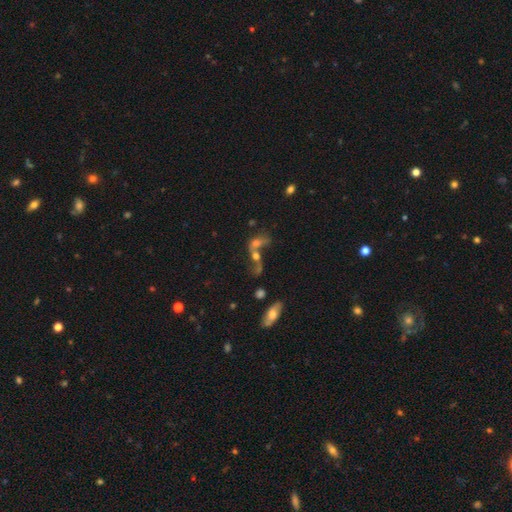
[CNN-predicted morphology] The model was most divided on "smooth or featured": smooth: 36%, star or artifact: 35%, featured or disk: 29%. Remaining: merging — none (40%).